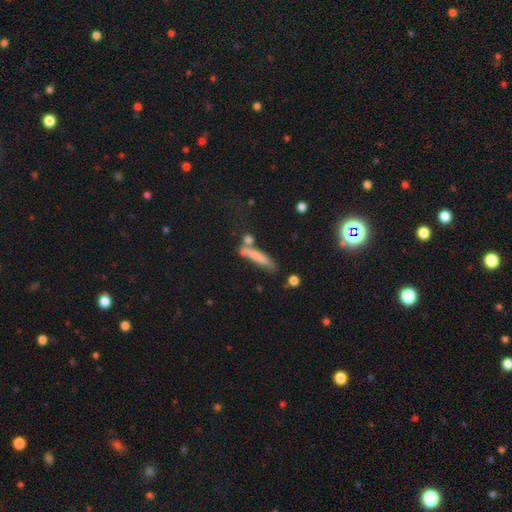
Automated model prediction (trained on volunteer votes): Smooth or featured? smooth (69%)
How rounded? cigar-shaped (88%)
Merging? none (52%)